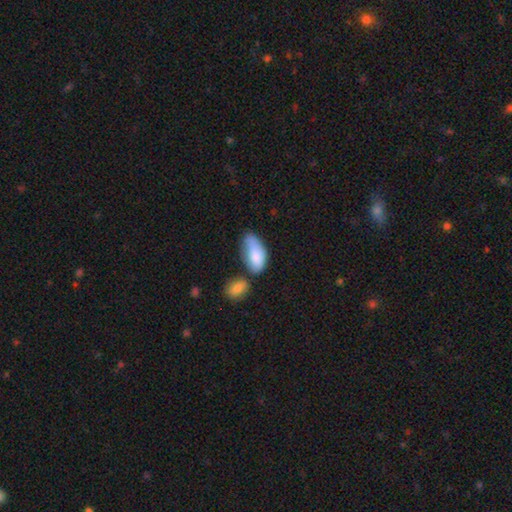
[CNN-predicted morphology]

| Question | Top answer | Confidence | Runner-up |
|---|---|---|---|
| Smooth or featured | smooth | 81% | featured or disk (13%) |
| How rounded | in between | 91% | cigar-shaped (6%) |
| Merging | none | 33% | minor disturbance (31%) |